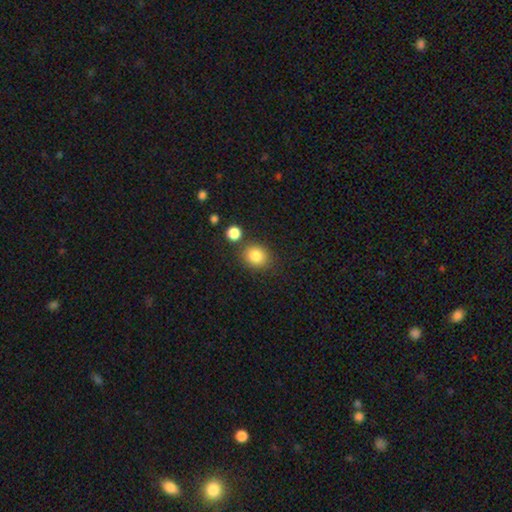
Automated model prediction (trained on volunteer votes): Smooth or featured?
  - smooth: 84% *
  - star or artifact: 10%
  - featured or disk: 6%
How rounded?
  - round: 74% *
  - in between: 25%
  - cigar-shaped: 1%
Merging?
  - none: 76% *
  - minor disturbance: 11%
  - merger: 9%
  - major disturbance: 3%